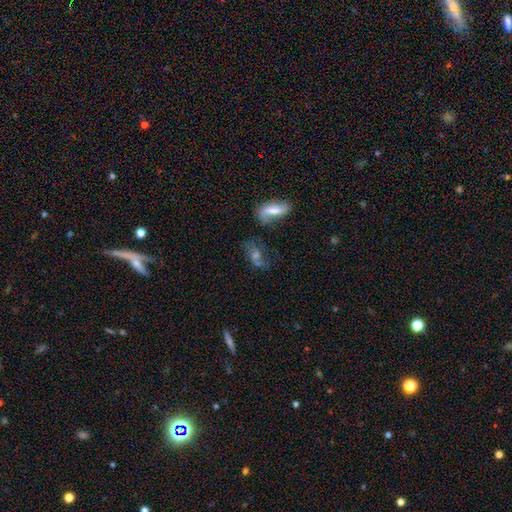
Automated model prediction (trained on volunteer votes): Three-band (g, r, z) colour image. It shows a featured or disk galaxy (41%). Merging: none (45%).